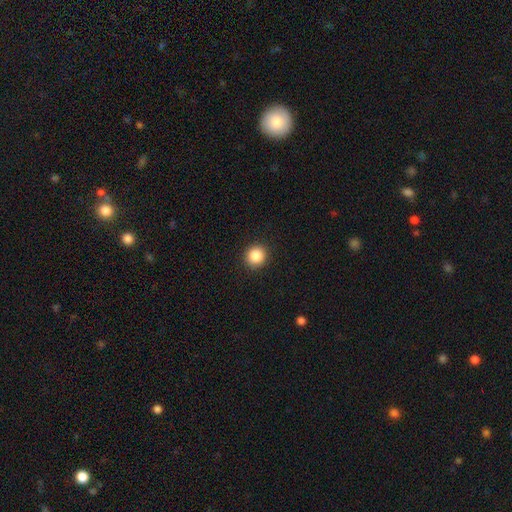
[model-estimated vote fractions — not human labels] Smooth or featured? smooth (87%)
How rounded? round (93%)
Merging? none (92%)